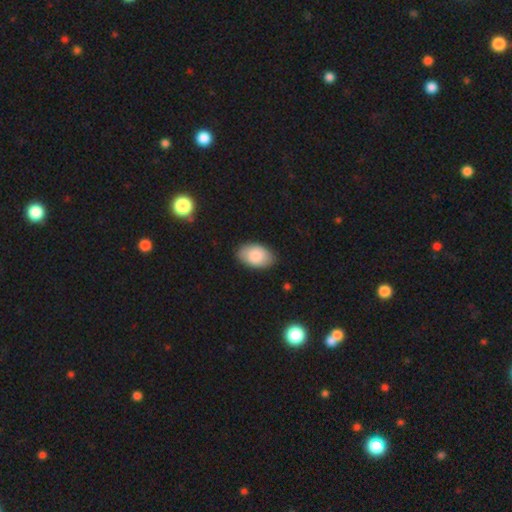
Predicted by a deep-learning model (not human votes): Overall: smooth (85%). How rounded: in between (93%). Merging: none (83%).